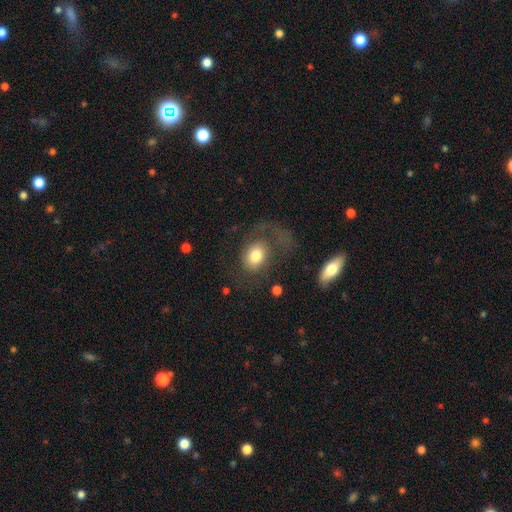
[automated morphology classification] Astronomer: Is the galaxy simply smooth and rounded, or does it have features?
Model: smooth — 55% (runner-up: featured or disk, 37%).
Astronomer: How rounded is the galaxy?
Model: in between — 59% (runner-up: round, 40%).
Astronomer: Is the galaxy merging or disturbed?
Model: major disturbance — 42% (runner-up: none, 38%).